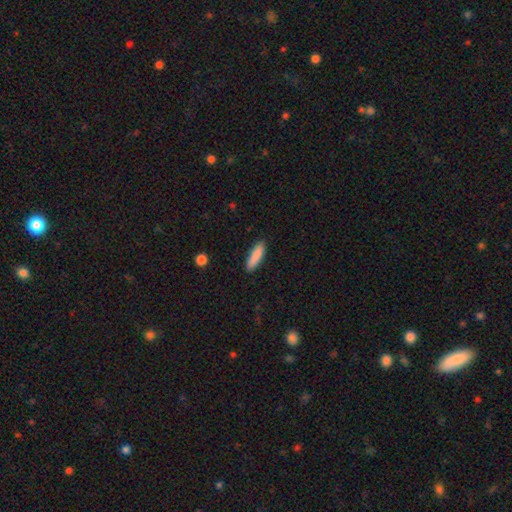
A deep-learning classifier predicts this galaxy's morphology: Smooth or featured? Predicted: smooth (p=0.87). How rounded? Predicted: cigar-shaped (p=0.67). Merging? Predicted: none (p=0.89).